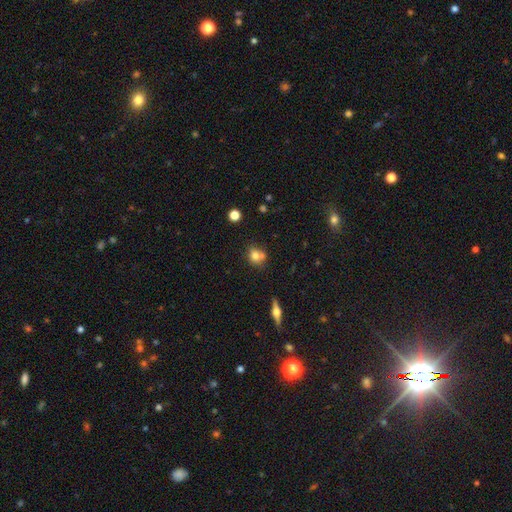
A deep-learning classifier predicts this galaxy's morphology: type=smooth (73%); roundness=round (72%); merging=none (53%).